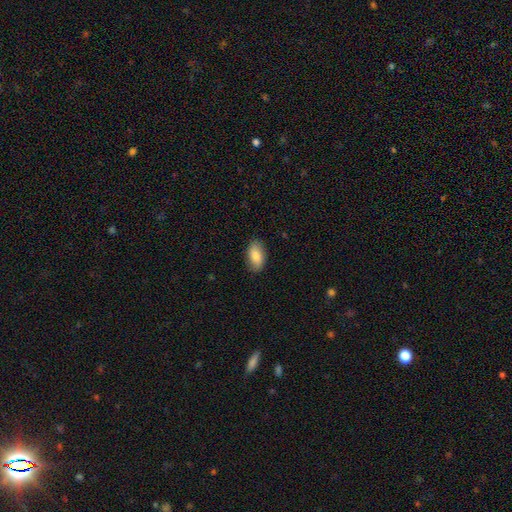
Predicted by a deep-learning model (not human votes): Smooth or featured? Predicted: smooth (p=0.81). How rounded? Predicted: in between (p=0.93). Merging? Predicted: none (p=0.86).